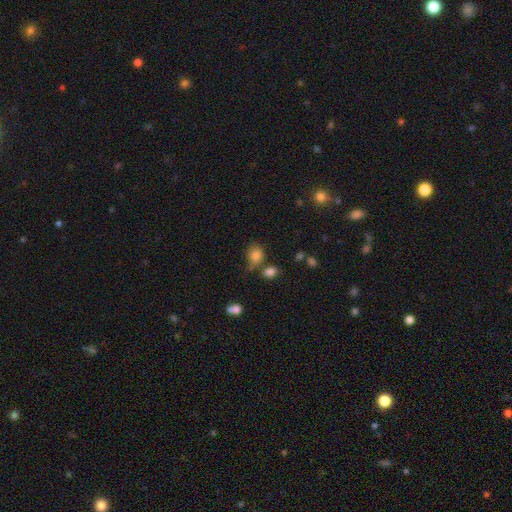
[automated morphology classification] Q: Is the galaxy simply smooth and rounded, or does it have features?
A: smooth — 82%.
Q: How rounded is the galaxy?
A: round — 55%.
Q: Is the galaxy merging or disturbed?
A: none — 53%.